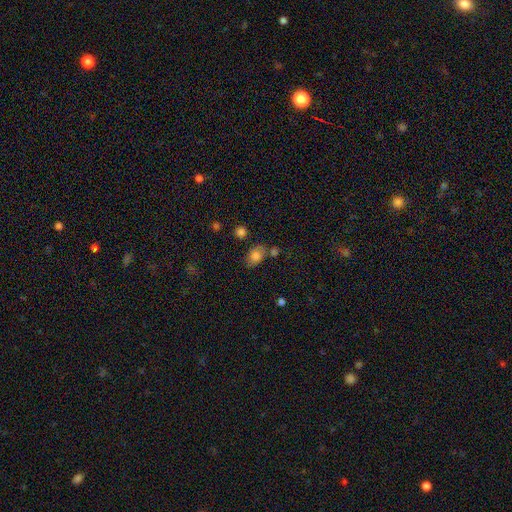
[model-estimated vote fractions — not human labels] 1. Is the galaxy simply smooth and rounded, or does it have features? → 79% smooth, 11% featured or disk, 10% star or artifact.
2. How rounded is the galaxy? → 77% in between, 21% round, 2% cigar-shaped.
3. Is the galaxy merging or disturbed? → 66% none, 18% minor disturbance, 11% merger, 5% major disturbance.